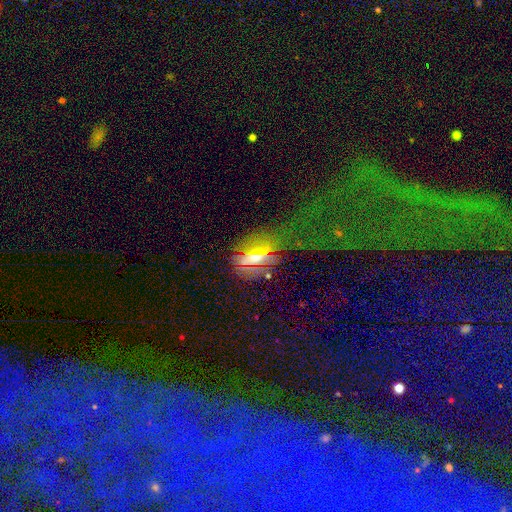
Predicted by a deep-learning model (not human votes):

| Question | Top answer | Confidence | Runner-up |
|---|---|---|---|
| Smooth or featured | smooth | 47% | featured or disk (27%) |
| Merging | none | 60% | major disturbance (19%) |